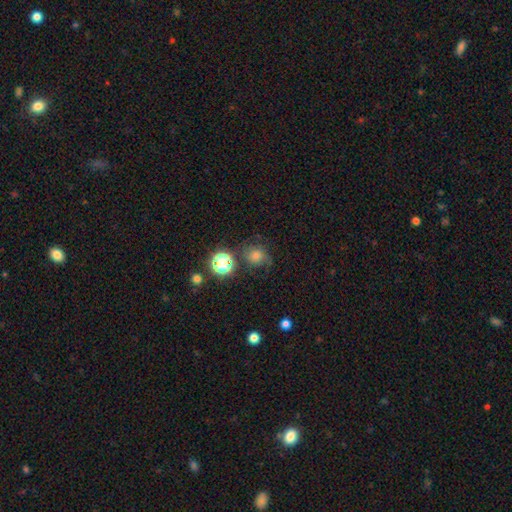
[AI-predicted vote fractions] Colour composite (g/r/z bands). It shows a smooth galaxy with no disk features (59%) that is round (82%). Merging: none (70%).